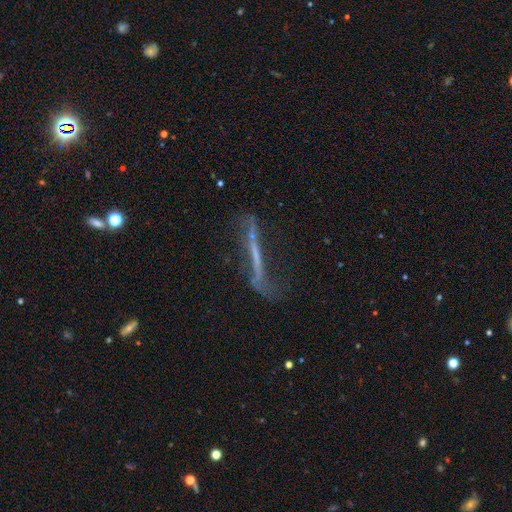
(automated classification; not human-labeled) Smooth or featured? Predicted: featured or disk (p=0.65). Edge-on disk? Predicted: yes (p=0.65). Merging? Predicted: none (p=0.44).